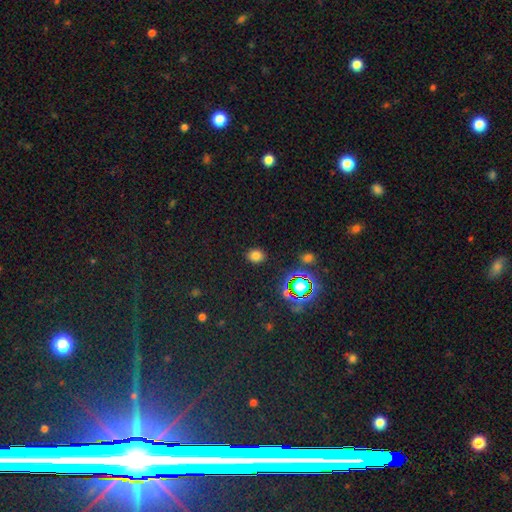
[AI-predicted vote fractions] This is likely a smooth galaxy (74%). How rounded: possibly round (60%). Merging: clearly none (88%).